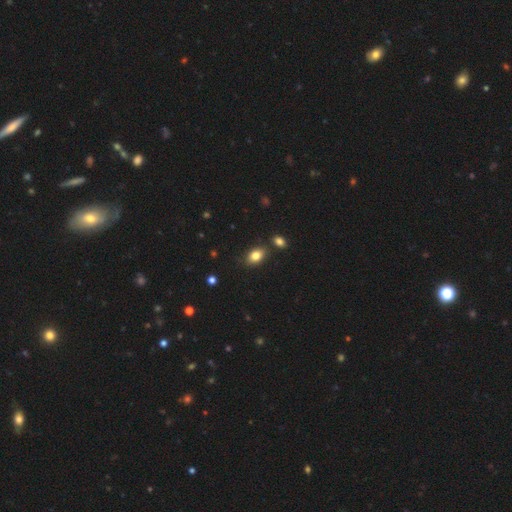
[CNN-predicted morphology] Smooth or featured? Predicted: smooth (p=0.83). How rounded? Predicted: in between (p=0.82). Merging? Predicted: none (p=0.78).